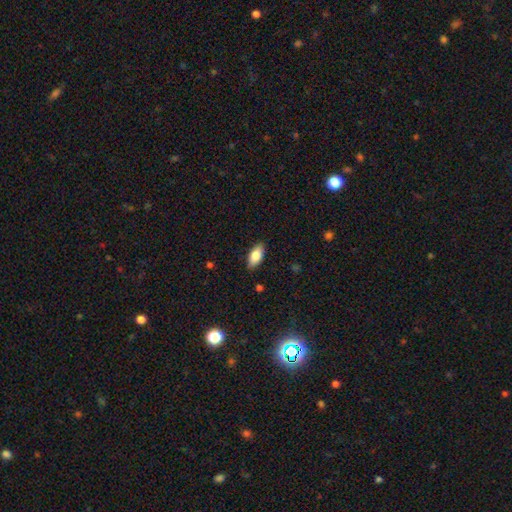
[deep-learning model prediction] Smooth or featured: smooth — 82% (featured or disk — 11%)
How rounded: in between — 90% (cigar-shaped — 8%)
Merging: none — 87% (minor disturbance — 10%)